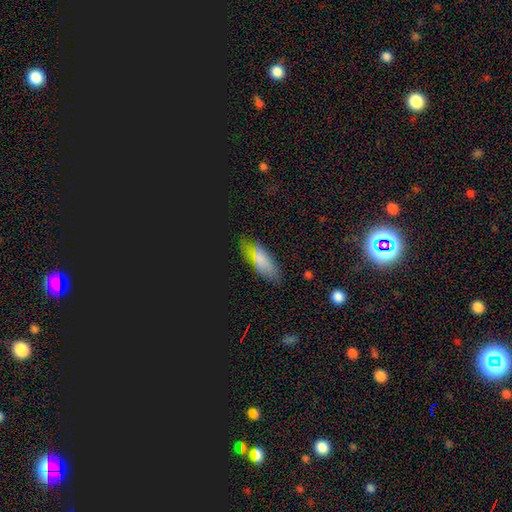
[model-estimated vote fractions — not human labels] Morphology: type=smooth (52%); roundness=in between (69%); merging=none (73%).